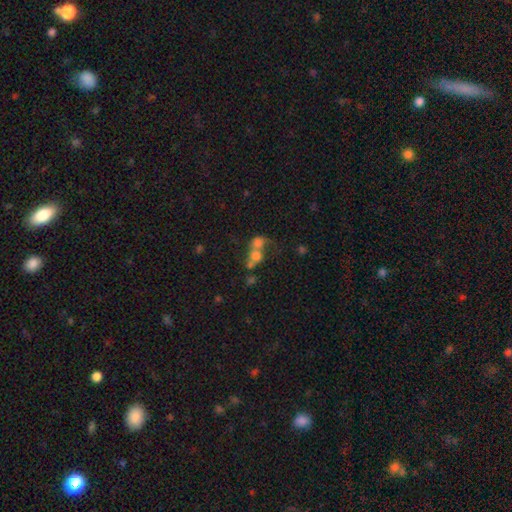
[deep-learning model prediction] Smooth or featured: smooth — 61% (featured or disk — 23%)
How rounded: round — 63% (in between — 35%)
Merging: merger — 66% (none — 20%)